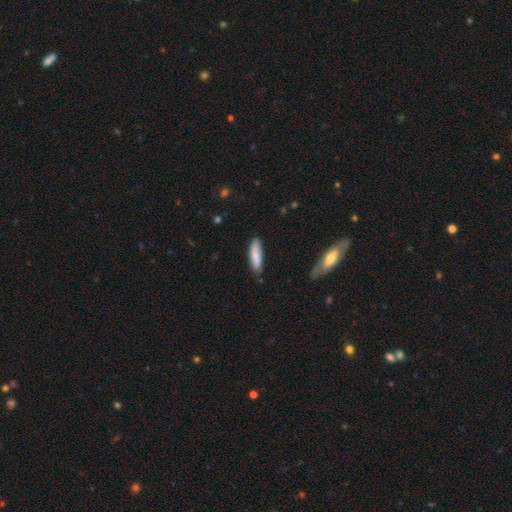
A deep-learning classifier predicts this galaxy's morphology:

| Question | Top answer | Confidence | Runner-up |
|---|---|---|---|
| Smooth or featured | smooth | 79% | featured or disk (16%) |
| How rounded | cigar-shaped | 68% | in between (31%) |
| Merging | none | 79% | minor disturbance (16%) |